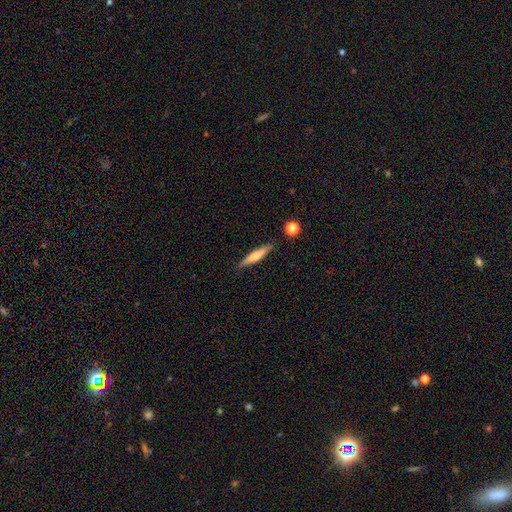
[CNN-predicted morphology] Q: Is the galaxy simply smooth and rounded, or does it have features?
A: smooth — 60%.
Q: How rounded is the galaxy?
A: cigar-shaped — 89%.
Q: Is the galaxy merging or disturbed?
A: none — 86%.